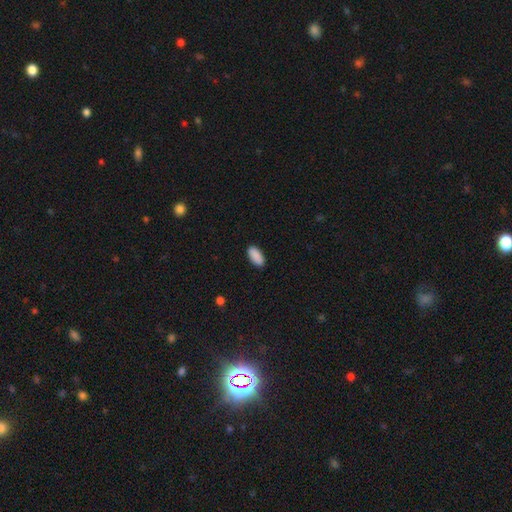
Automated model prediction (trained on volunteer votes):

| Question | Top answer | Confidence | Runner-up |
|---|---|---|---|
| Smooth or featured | smooth | 91% | star or artifact (6%) |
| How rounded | in between | 90% | cigar-shaped (8%) |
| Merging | none | 89% | minor disturbance (8%) |